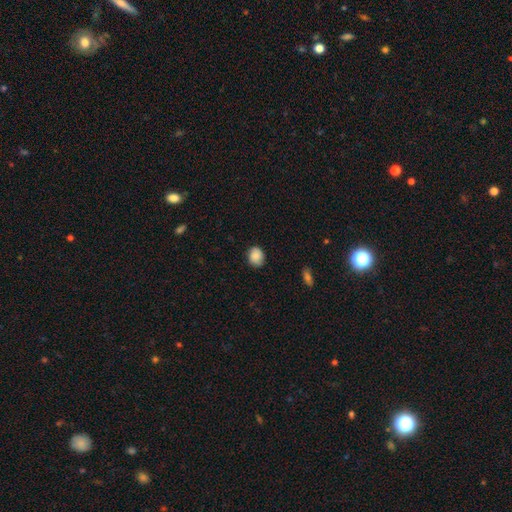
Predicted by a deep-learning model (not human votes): A smooth galaxy with no disk features (87%) that is round (56%).

Vote fractions:
- Smooth or featured? smooth: 87% / star or artifact: 8% / featured or disk: 5%
- How rounded? round: 56% / in between: 43% / cigar-shaped: 1%
- Merging? none: 81% / minor disturbance: 15% / major disturbance: 3% / merger: 1%